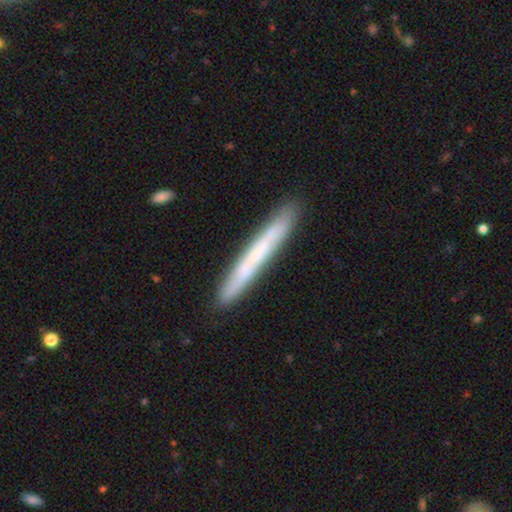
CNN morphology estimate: Q: Smooth or featured?
A: smooth (50%); runner-up: featured or disk (44%)
Q: How rounded?
A: cigar-shaped (97%); runner-up: in between (2%)
Q: Merging?
A: none (89%); runner-up: minor disturbance (8%)